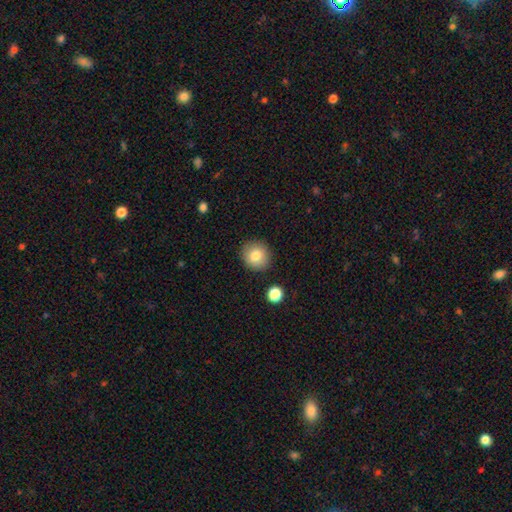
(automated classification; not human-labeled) This is clearly a smooth galaxy (82%). How rounded: clearly round (86%). Merging: clearly none (89%).